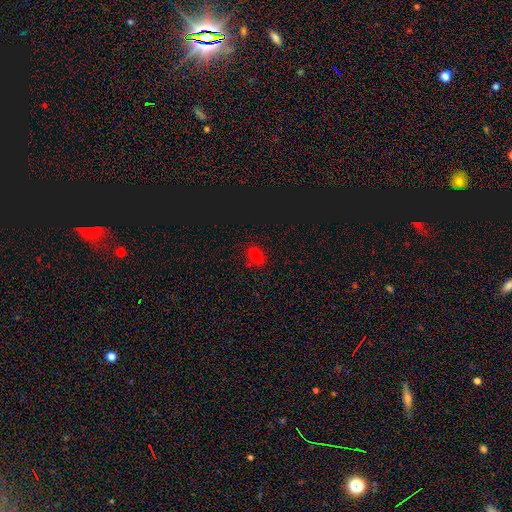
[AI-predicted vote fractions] Overall: smooth (72%). How rounded: in between (66%; round 32%). Merging: none (84%).